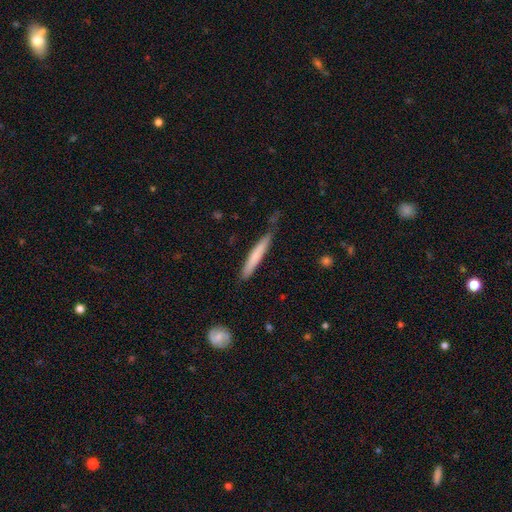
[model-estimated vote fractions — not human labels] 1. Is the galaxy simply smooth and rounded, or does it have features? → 66% smooth, 29% featured or disk, 5% star or artifact.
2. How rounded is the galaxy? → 95% cigar-shaped, 4% in between, 1% round.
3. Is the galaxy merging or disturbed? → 76% none, 19% minor disturbance, 3% major disturbance, 3% merger.